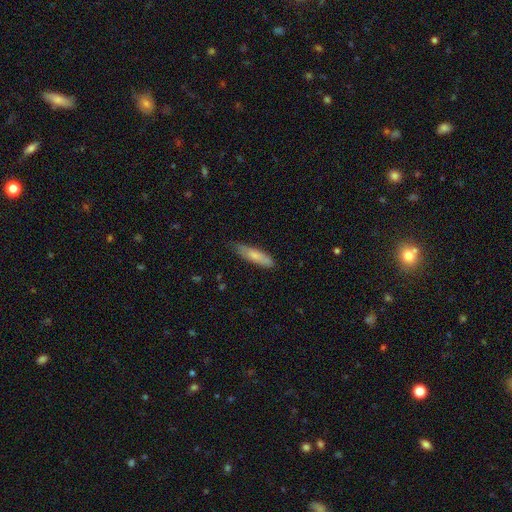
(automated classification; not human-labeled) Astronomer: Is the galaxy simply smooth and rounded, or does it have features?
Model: smooth — 75%.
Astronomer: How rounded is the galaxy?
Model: cigar-shaped — 72%.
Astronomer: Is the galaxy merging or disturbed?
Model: none — 72%.